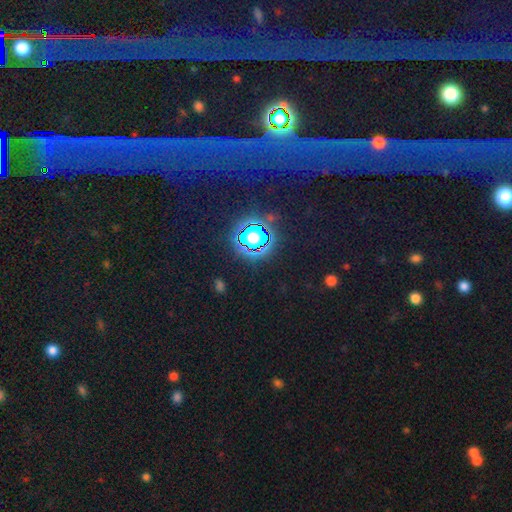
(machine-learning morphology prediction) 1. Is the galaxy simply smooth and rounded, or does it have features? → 82% star or artifact, 9% smooth, 9% featured or disk.